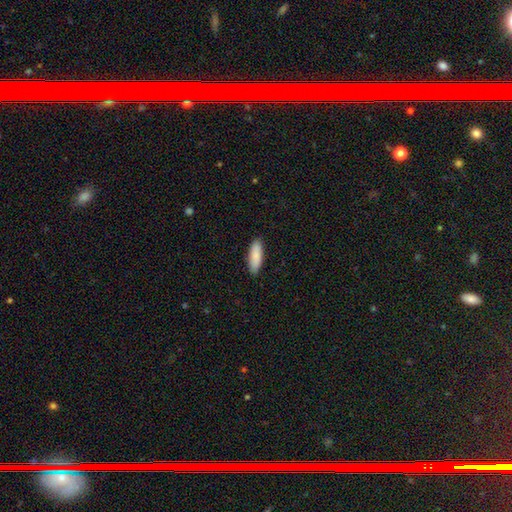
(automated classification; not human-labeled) Smooth or featured?
  - smooth: 88% *
  - featured or disk: 7%
  - star or artifact: 5%
How rounded?
  - in between: 59% *
  - cigar-shaped: 39%
  - round: 2%
Merging?
  - none: 89% *
  - minor disturbance: 8%
  - major disturbance: 2%
  - merger: 1%